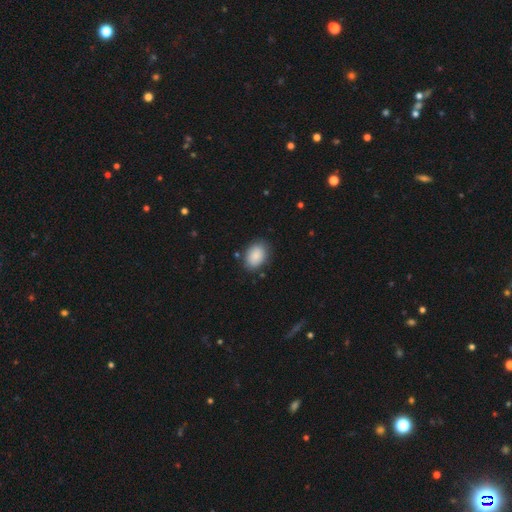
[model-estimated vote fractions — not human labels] Overall: smooth (88%). How rounded: in between (79%). Merging: none (82%).